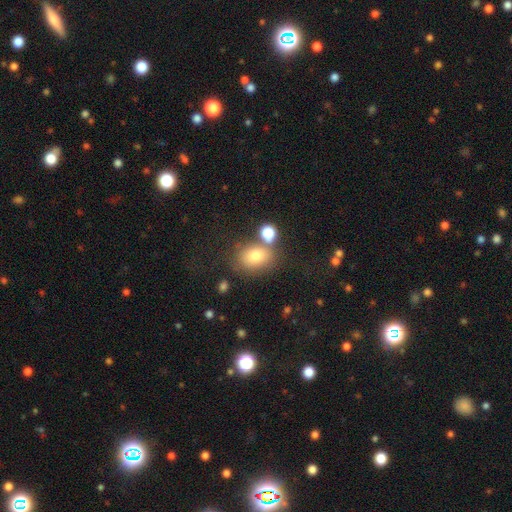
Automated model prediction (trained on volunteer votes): A smooth galaxy with no disk features (77%) that is in between round and cigar-shaped (59%). Merging: none (58%).